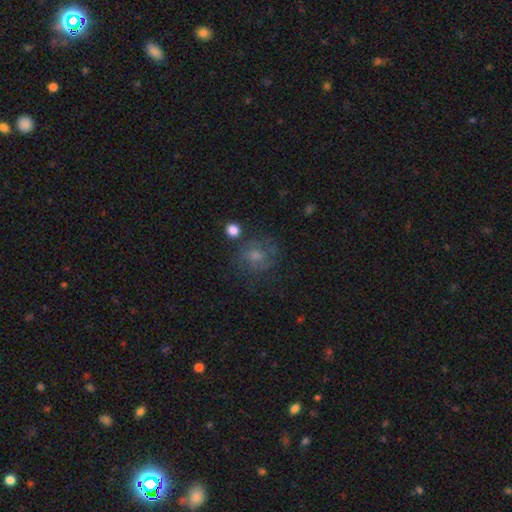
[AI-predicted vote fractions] Smooth or featured?
  - smooth: 52% *
  - featured or disk: 30%
  - star or artifact: 18%
How rounded?
  - round: 75% *
  - in between: 24%
  - cigar-shaped: 1%
Merging?
  - none: 64% *
  - minor disturbance: 19%
  - major disturbance: 13%
  - merger: 5%